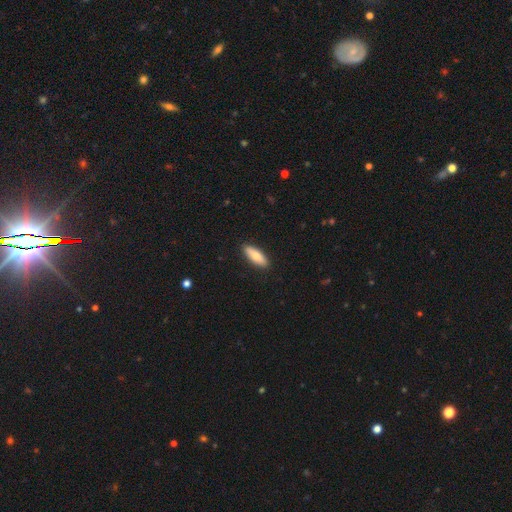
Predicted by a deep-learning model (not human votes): Smooth or featured?
  - smooth: 77% *
  - featured or disk: 17%
  - star or artifact: 6%
How rounded?
  - in between: 57% *
  - cigar-shaped: 40%
  - round: 2%
Merging?
  - none: 90% *
  - minor disturbance: 7%
  - major disturbance: 2%
  - merger: 1%